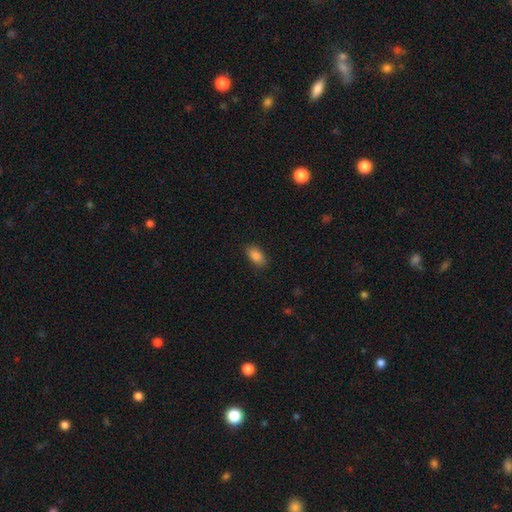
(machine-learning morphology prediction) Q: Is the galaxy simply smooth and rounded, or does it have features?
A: smooth — 87%.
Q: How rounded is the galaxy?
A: in between — 91%.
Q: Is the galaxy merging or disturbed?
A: none — 84%.